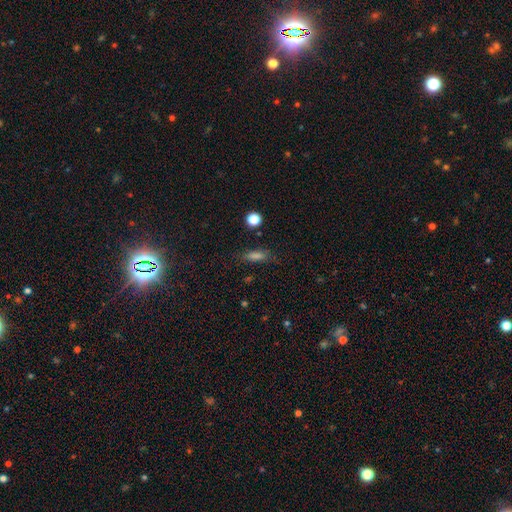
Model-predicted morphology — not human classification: Smooth or featured? smooth (68%)
How rounded? cigar-shaped (51%)
Merging? none (77%)